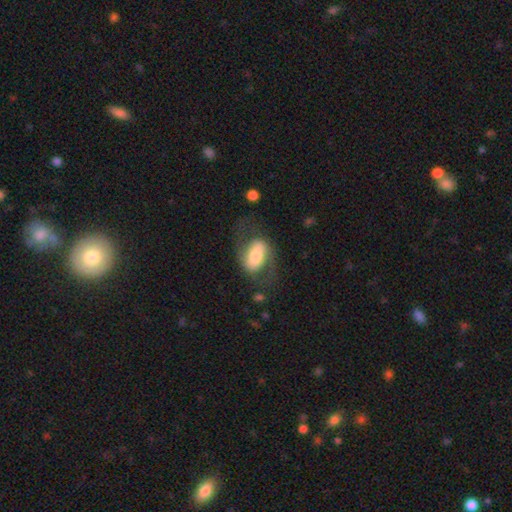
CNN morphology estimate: Q: Smooth or featured?
A: featured or disk (57%); runner-up: smooth (37%)
Q: Edge-on disk?
A: no (94%); runner-up: yes (6%)
Q: Bar?
A: strong (46%); runner-up: weak (30%)
Q: Spiral arms?
A: yes (77%); runner-up: no (23%)
Q: Bulge size?
A: moderate (36%); runner-up: large (30%)
Q: Merging?
A: none (56%); runner-up: major disturbance (22%)